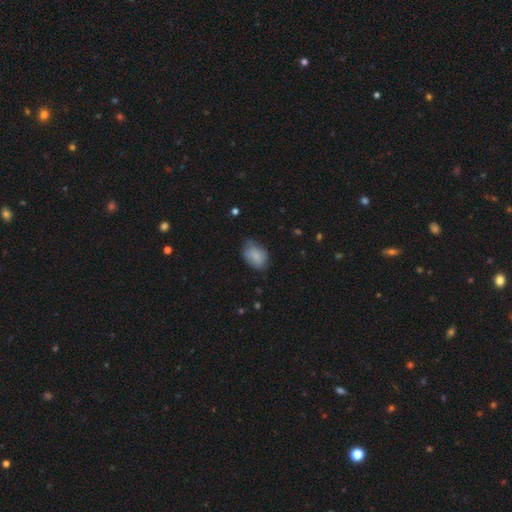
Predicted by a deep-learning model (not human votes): smooth-or-featured: smooth: 82% | featured or disk: 10% | star or artifact: 8%
  how-rounded: in between: 81% | round: 18% | cigar-shaped: 1%
  merging: none: 59% | minor disturbance: 32% | major disturbance: 8% | merger: 2%